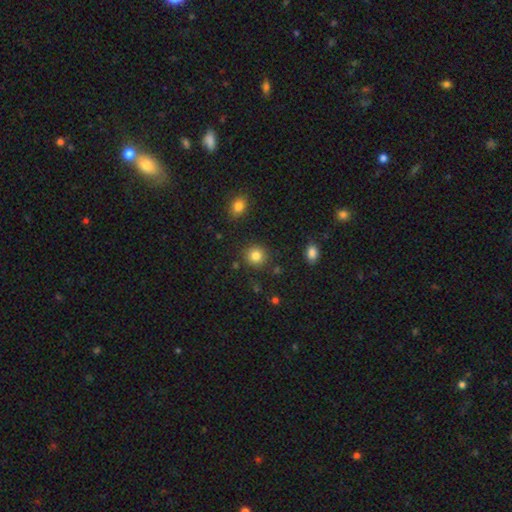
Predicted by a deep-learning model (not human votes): Smooth or featured? Predicted: smooth (p=0.85). How rounded? Predicted: round (p=0.90). Merging? Predicted: none (p=0.88).